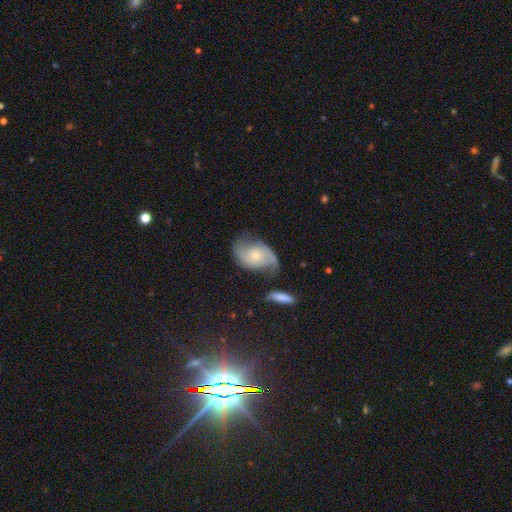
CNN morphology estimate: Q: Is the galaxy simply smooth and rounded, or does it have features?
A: featured or disk — 73%.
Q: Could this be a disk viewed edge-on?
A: no — 96%.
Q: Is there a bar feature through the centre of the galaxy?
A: no — 71%.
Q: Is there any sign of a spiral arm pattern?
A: yes — 92%.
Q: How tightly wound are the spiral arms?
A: medium — 41%.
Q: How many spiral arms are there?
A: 2 — 86%.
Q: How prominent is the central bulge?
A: small — 55%.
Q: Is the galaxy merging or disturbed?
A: none — 54%.